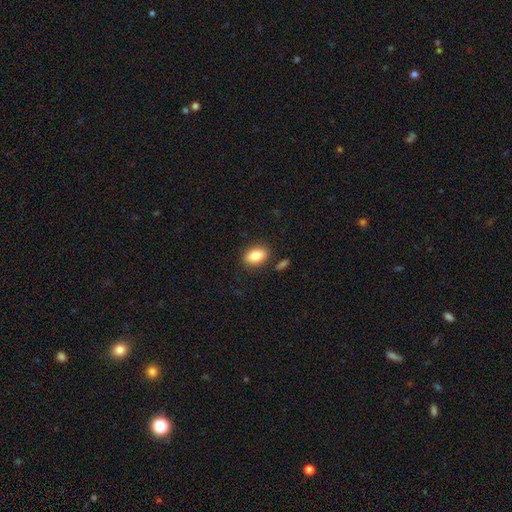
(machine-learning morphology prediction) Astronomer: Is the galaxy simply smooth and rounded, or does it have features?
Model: smooth — 84%.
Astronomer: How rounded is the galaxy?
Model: in between — 83%.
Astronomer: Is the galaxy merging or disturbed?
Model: none — 84%.